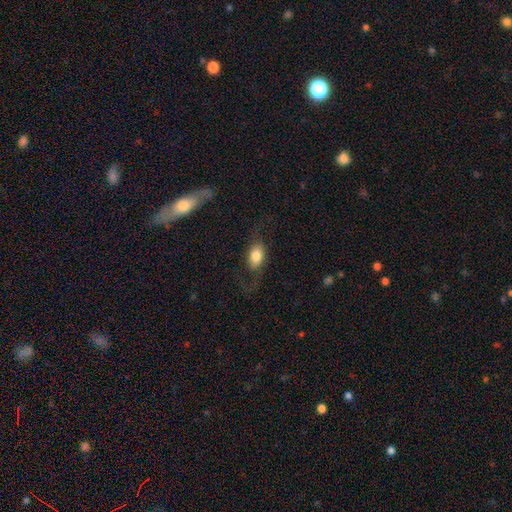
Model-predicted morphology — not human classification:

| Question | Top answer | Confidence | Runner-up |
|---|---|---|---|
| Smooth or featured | smooth | 65% | featured or disk (28%) |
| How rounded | in between | 83% | round (12%) |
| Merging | none | 59% | major disturbance (21%) |